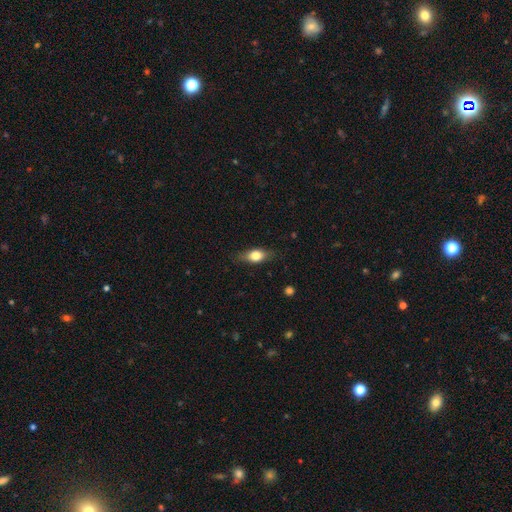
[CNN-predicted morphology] This is likely a smooth galaxy (69%). How rounded: likely in between (75%). Merging: likely none (78%).